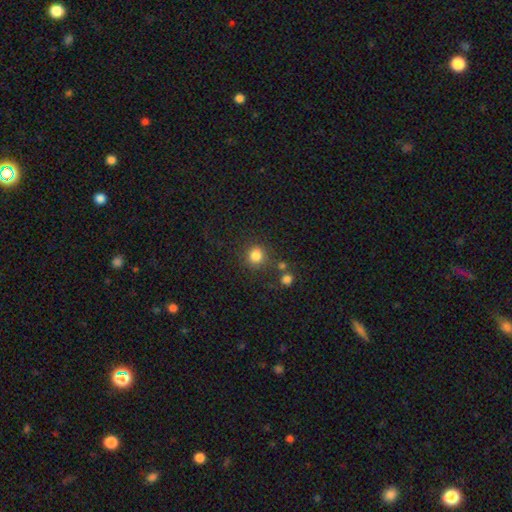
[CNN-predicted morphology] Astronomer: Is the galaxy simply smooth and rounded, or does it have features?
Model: smooth — 83%.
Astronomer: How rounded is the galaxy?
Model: round — 87%.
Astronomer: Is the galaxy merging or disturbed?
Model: none — 79%.